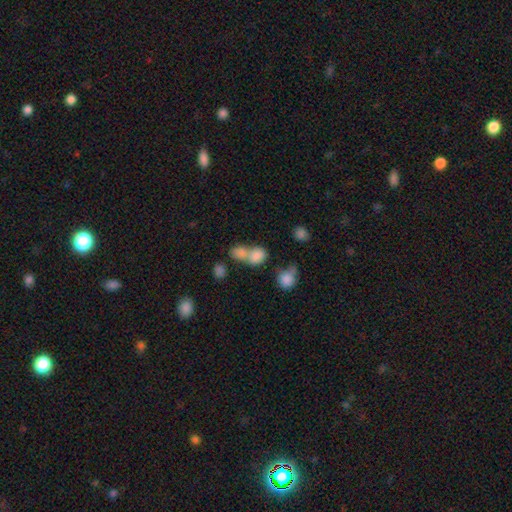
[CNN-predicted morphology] smooth-or-featured: smooth: 79% | star or artifact: 11% | featured or disk: 10%
  how-rounded: in between: 57% | round: 40% | cigar-shaped: 2%
  merging: merger: 62% | none: 27% | minor disturbance: 7% | major disturbance: 4%